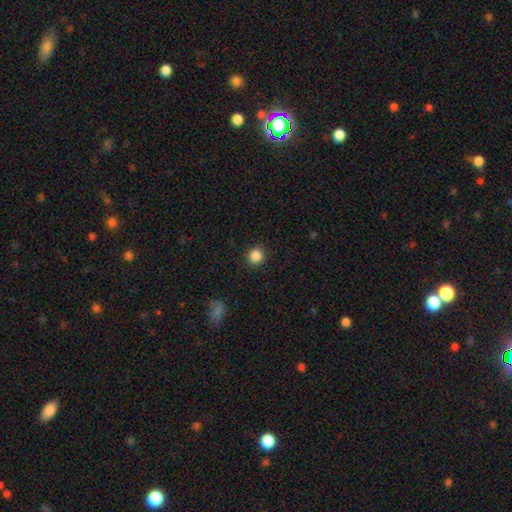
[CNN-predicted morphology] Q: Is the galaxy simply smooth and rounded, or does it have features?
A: smooth — 87%.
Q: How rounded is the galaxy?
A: round — 89%.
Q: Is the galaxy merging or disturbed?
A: none — 91%.